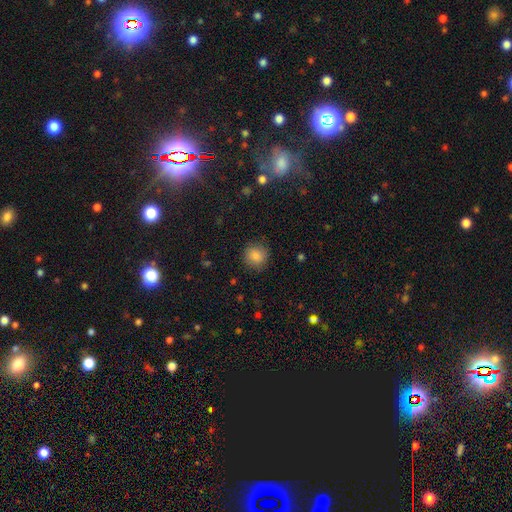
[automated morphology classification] Smooth or featured: smooth — 86% (star or artifact — 9%)
How rounded: round — 90% (in between — 9%)
Merging: none — 86% (minor disturbance — 10%)